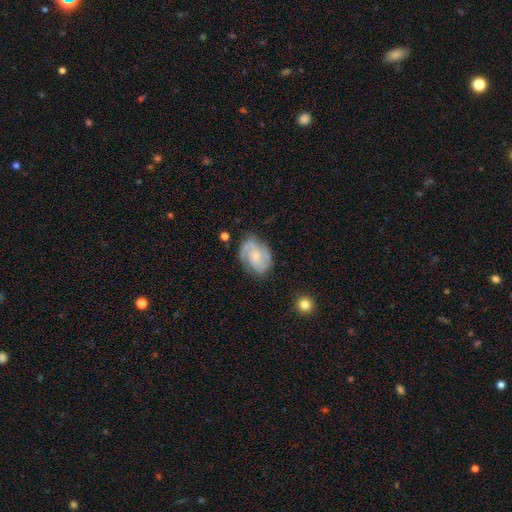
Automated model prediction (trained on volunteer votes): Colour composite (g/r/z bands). It shows a featured or disk galaxy (80%) with no bar (64%), 2 (67%) medium (45%) spiral arms (96%) and a small central bulge (61%). Merging: none (73%).